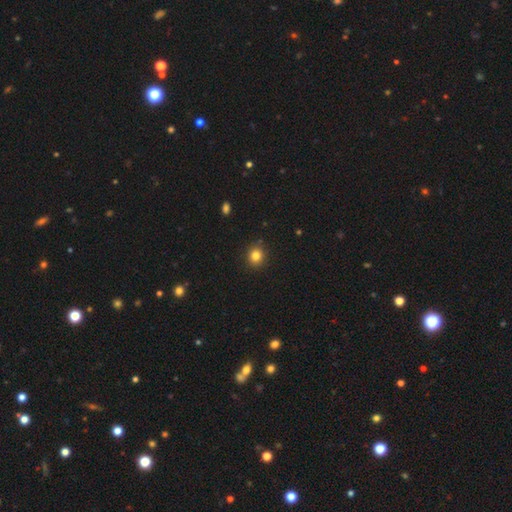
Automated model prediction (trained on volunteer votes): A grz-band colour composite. It shows a smooth galaxy with no disk features (82%) that is round (82%). Merging: none (89%).